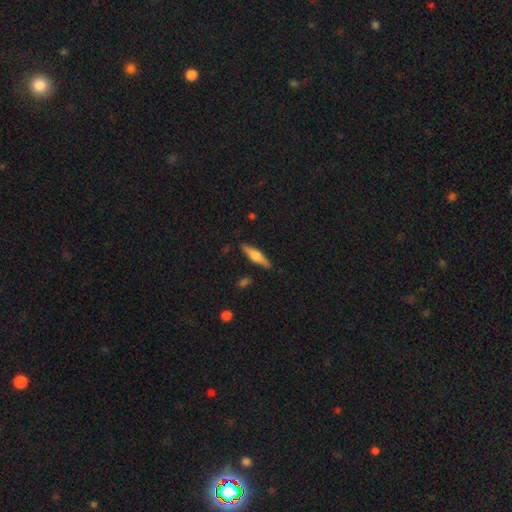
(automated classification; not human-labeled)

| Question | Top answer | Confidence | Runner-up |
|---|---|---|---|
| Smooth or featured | featured or disk | 58% | smooth (36%) |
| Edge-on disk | yes | 96% | no (4%) |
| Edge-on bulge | rounded | 89% | boxy (8%) |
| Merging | none | 88% | minor disturbance (9%) |